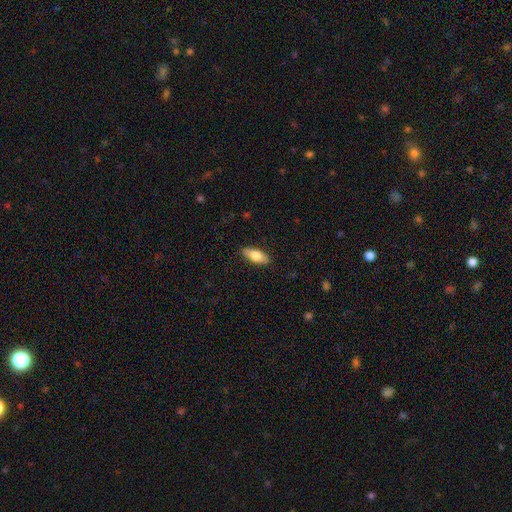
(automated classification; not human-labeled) Smooth or featured? smooth (78%)
How rounded? in between (77%)
Merging? none (88%)